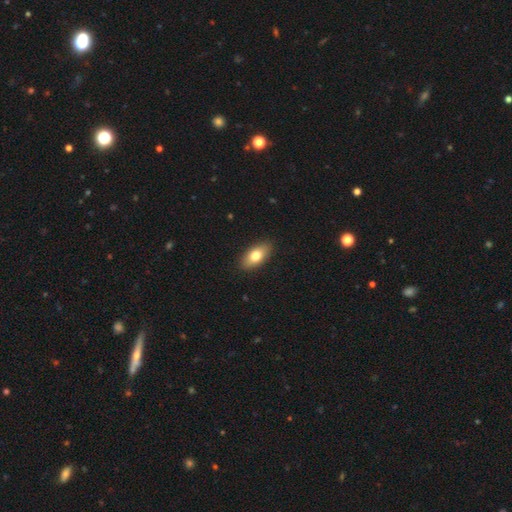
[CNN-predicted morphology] Smooth or featured: smooth — 76% (featured or disk — 18%)
How rounded: in between — 87% (cigar-shaped — 8%)
Merging: none — 89% (minor disturbance — 8%)